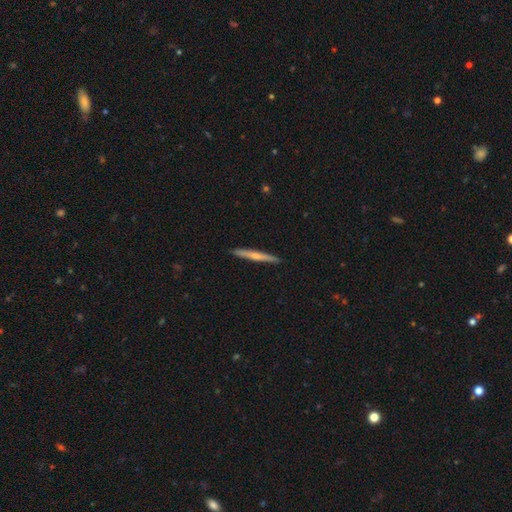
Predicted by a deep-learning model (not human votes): Smooth or featured? Predicted: featured or disk (p=0.50). Merging? Predicted: none (p=0.92).